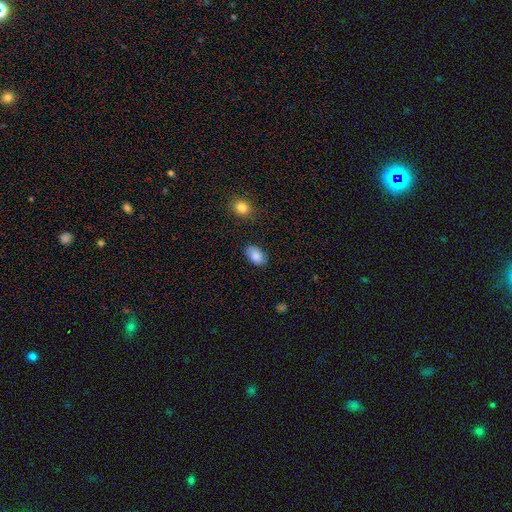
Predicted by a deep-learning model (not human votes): Smooth or featured: smooth — 86% (star or artifact — 7%)
How rounded: in between — 91% (round — 7%)
Merging: none — 83% (minor disturbance — 13%)